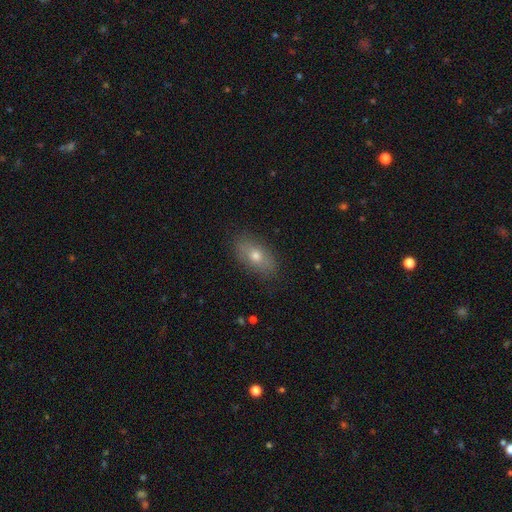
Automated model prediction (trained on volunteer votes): The model was most divided on "smooth or featured": smooth: 67%, featured or disk: 24%, star or artifact: 9%. More confident: merging — none (85%); how rounded — in between (85%).